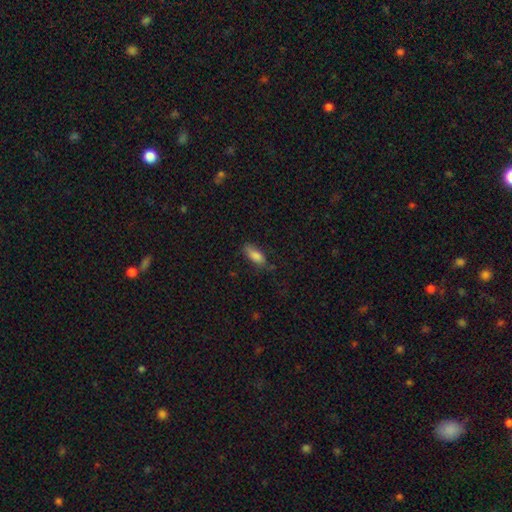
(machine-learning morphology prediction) The model was most divided on "merging": none: 66%, minor disturbance: 25%, major disturbance: 7%, merger: 2%. More confident: smooth or featured — smooth (83%); how rounded — in between (80%).